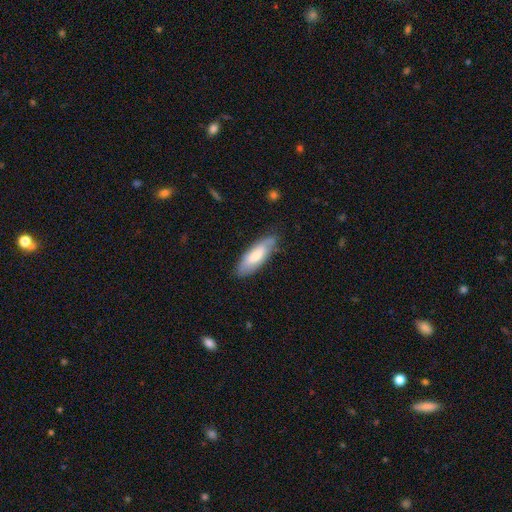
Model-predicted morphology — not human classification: smooth-or-featured: smooth: 66% | featured or disk: 28% | star or artifact: 6%
  how-rounded: in between: 63% | cigar-shaped: 35% | round: 2%
  merging: none: 77% | minor disturbance: 18% | major disturbance: 4% | merger: 1%